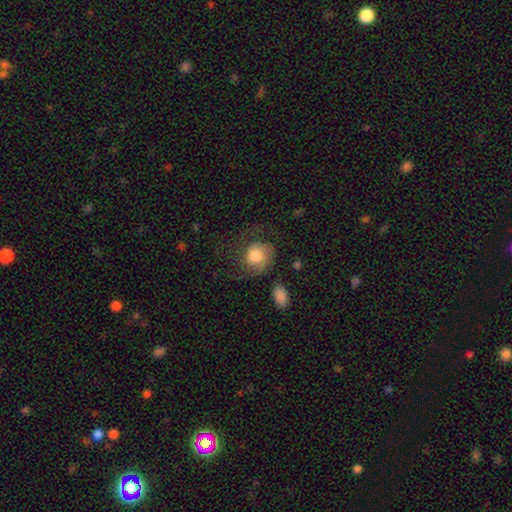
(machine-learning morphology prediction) This appears to be a smooth galaxy with no disk features (55%) that is round (76%). Merging: none (46%).